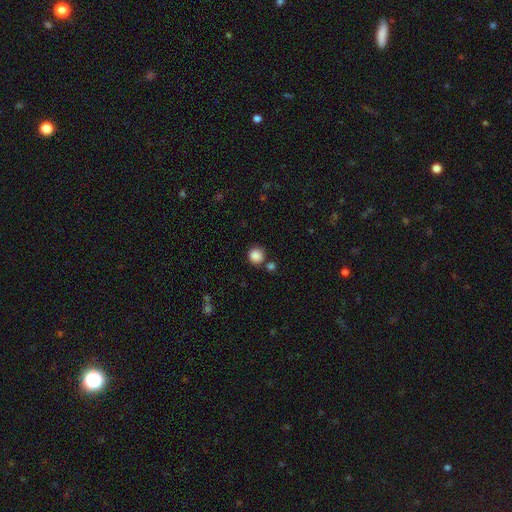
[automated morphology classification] Smooth or featured: smooth — 87% (star or artifact — 10%)
How rounded: round — 90% (in between — 9%)
Merging: none — 75% (merger — 12%)